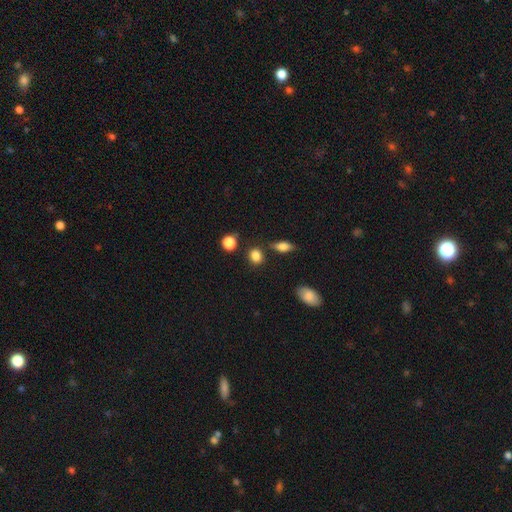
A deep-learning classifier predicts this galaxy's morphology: A smooth galaxy with no disk features (85%) that is round (61%).

Vote fractions:
- Smooth or featured? smooth: 85% / star or artifact: 11% / featured or disk: 5%
- How rounded? round: 61% / in between: 37% / cigar-shaped: 2%
- Merging? none: 77% / minor disturbance: 12% / merger: 8% / major disturbance: 3%